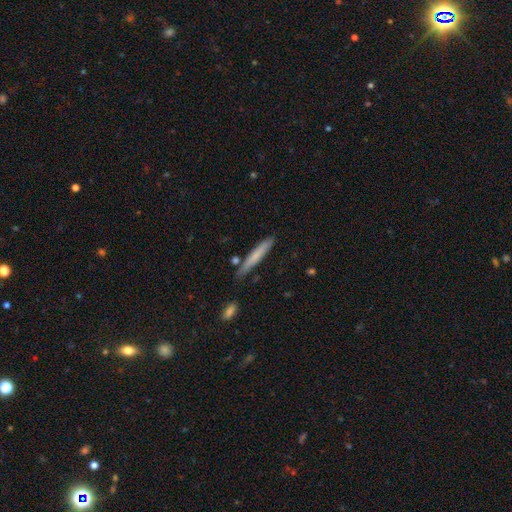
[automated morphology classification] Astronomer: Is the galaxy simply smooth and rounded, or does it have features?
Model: smooth — 67%.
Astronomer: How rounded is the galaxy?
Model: cigar-shaped — 94%.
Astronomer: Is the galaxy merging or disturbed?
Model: none — 80%.